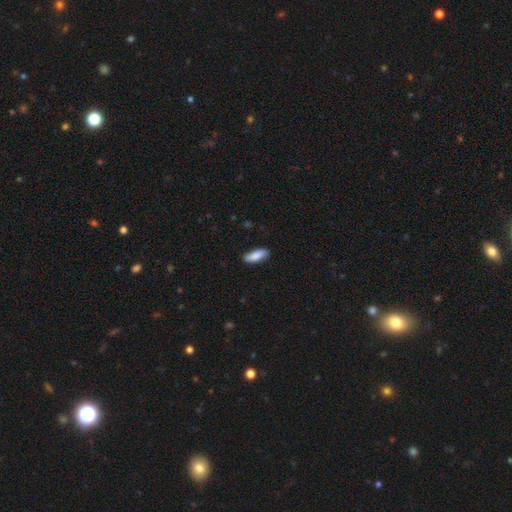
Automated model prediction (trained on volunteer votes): smooth_or_featured: smooth (p=0.84) [alt: featured or disk p=0.10]
how_rounded: in between (p=0.66) [alt: cigar-shaped p=0.32]
merging: none (p=0.84) [alt: minor disturbance p=0.12]